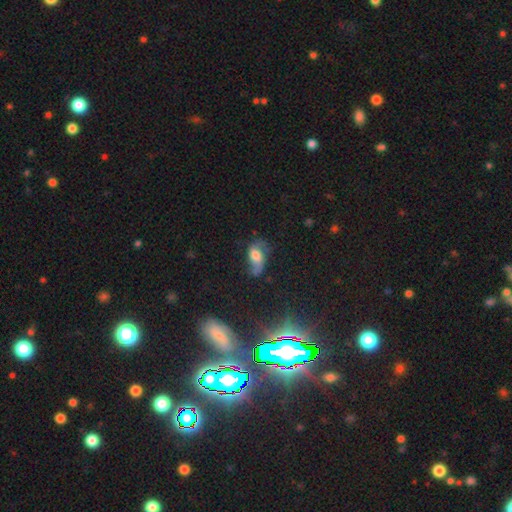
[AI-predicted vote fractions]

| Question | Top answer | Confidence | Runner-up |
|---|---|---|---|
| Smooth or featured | featured or disk | 56% | smooth (33%) |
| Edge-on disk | no | 94% | yes (6%) |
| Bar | no | 58% | weak (32%) |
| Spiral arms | yes | 85% | no (15%) |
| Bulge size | moderate | 46% | large (29%) |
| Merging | none | 50% | minor disturbance (27%) |